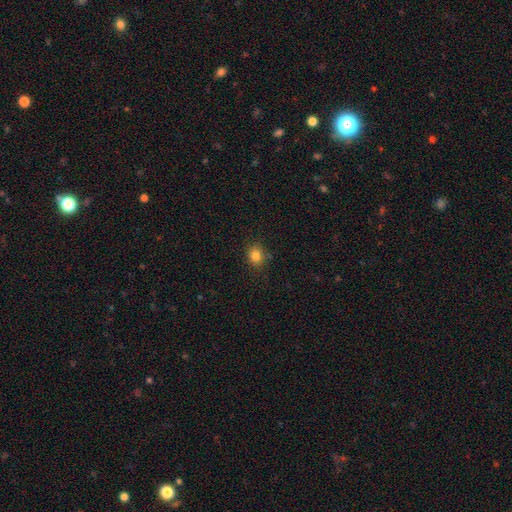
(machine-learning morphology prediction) Overall: smooth (82%). How rounded: round (70%). Merging: none (85%).